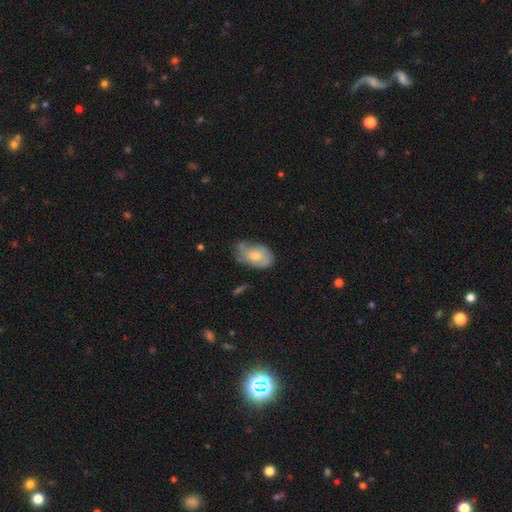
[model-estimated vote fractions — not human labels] This is possibly a smooth galaxy (56%). How rounded: clearly in between (90%). Merging: possibly none (49%).